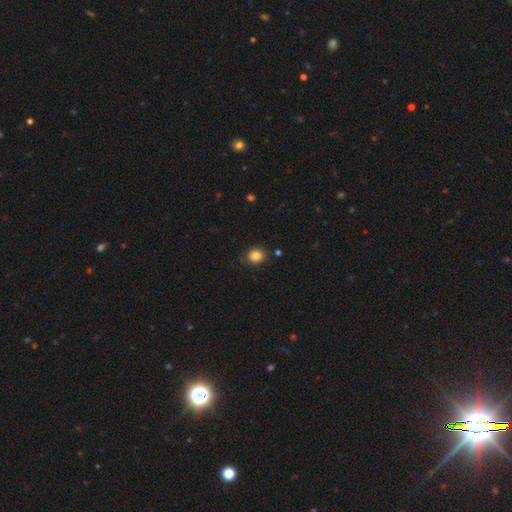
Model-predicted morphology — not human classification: A smooth galaxy with no disk features (85%) that is round (71%).

Vote fractions:
- Smooth or featured? smooth: 85% / star or artifact: 11% / featured or disk: 5%
- How rounded? round: 71% / in between: 28% / cigar-shaped: 1%
- Merging? none: 82% / minor disturbance: 13% / major disturbance: 3% / merger: 2%